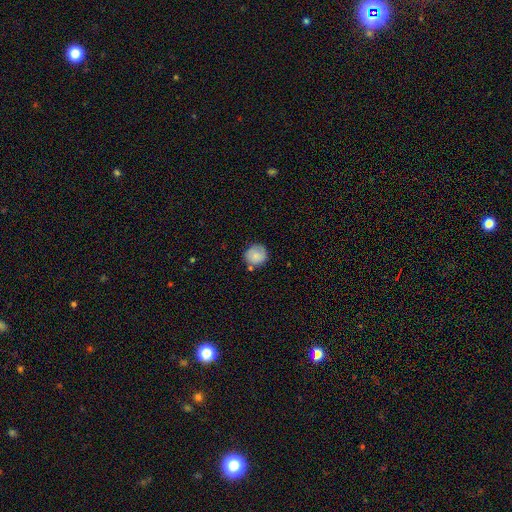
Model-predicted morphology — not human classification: Q: Smooth or featured?
A: smooth (82%); runner-up: featured or disk (11%)
Q: How rounded?
A: round (90%); runner-up: in between (9%)
Q: Merging?
A: none (75%); runner-up: minor disturbance (16%)